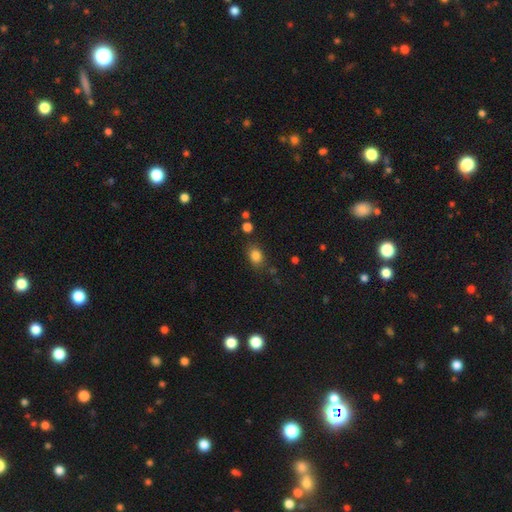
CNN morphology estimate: Smooth or featured? smooth (82%)
How rounded? in between (59%)
Merging? none (77%)